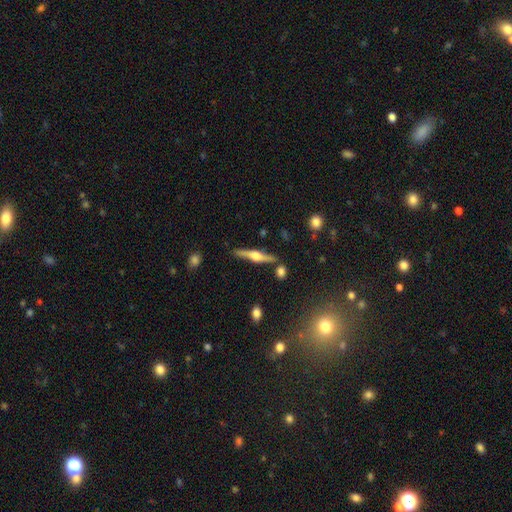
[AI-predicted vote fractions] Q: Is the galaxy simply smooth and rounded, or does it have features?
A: featured or disk — 75%.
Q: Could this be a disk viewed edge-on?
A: yes — 98%.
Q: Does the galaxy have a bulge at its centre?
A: rounded — 93%.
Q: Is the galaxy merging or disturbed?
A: none — 85%.